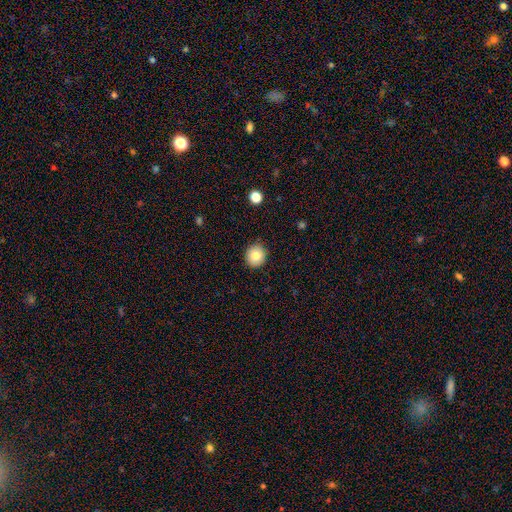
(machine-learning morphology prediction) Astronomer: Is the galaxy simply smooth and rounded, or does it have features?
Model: smooth — 82%.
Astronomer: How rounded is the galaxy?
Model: round — 82%.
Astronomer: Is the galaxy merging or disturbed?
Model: none — 88%.